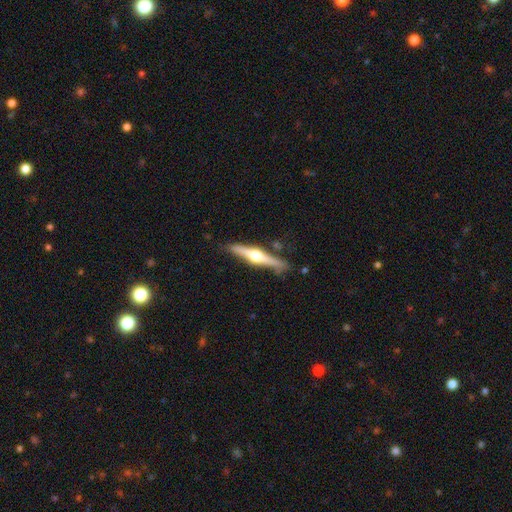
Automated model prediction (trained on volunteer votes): Smooth or featured?
  - featured or disk: 75% *
  - smooth: 21%
  - star or artifact: 5%
Edge-on disk?
  - yes: 98% *
  - no: 2%
Edge-on bulge?
  - rounded: 95% *
  - boxy: 3%
  - none: 2%
Merging?
  - none: 82% *
  - minor disturbance: 12%
  - merger: 3%
  - major disturbance: 3%